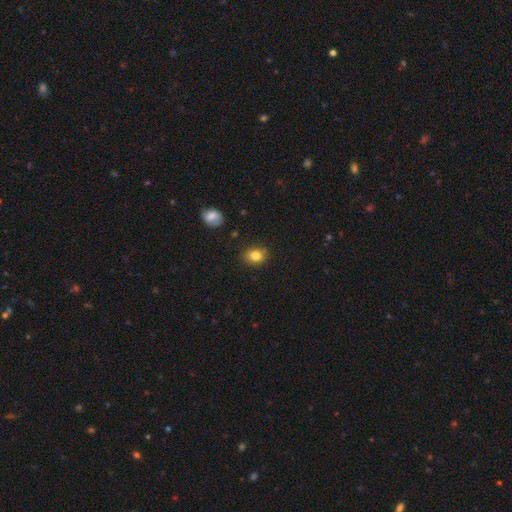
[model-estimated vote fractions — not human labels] Smooth or featured: smooth — 82% (star or artifact — 10%)
How rounded: in between — 51% (round — 48%)
Merging: none — 84% (minor disturbance — 12%)